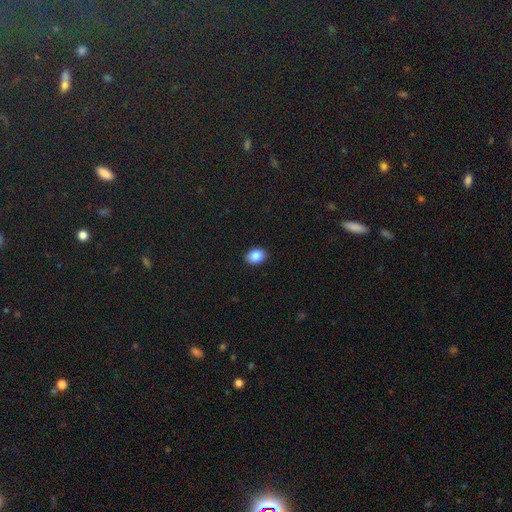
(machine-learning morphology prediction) Smooth or featured?
  - smooth: 87% *
  - star or artifact: 9%
  - featured or disk: 4%
How rounded?
  - in between: 54% *
  - round: 46%
  - cigar-shaped: 1%
Merging?
  - none: 91% *
  - minor disturbance: 6%
  - major disturbance: 2%
  - merger: 1%